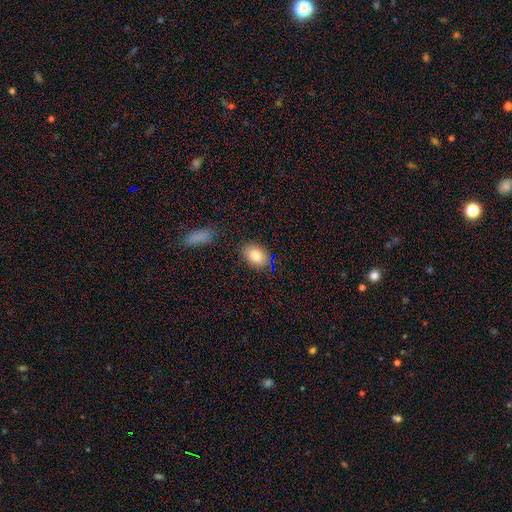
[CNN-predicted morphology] The model was most divided on "how rounded": in between: 75%, round: 23%, cigar-shaped: 1%. More confident: merging — none (83%); smooth or featured — smooth (81%).